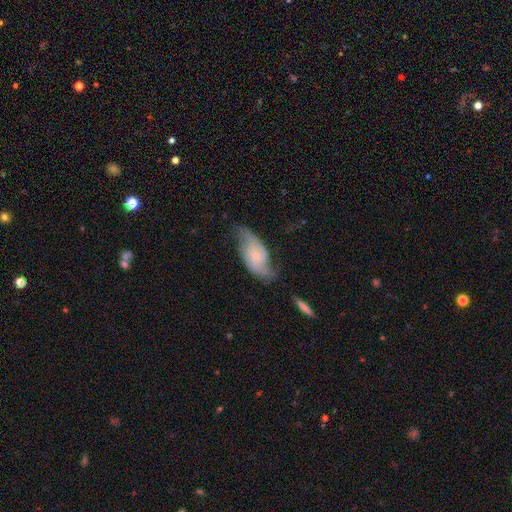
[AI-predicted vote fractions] Smooth or featured? Predicted: featured or disk (p=0.72). Edge-on disk? Predicted: no (p=0.94). Bar? Predicted: no (p=0.65). Spiral arms? Predicted: yes (p=0.91). Spiral winding? Predicted: loose (p=0.41). Spiral arm count? Predicted: 2 (p=0.79). Bulge size? Predicted: small (p=0.67). Merging? Predicted: none (p=0.53).